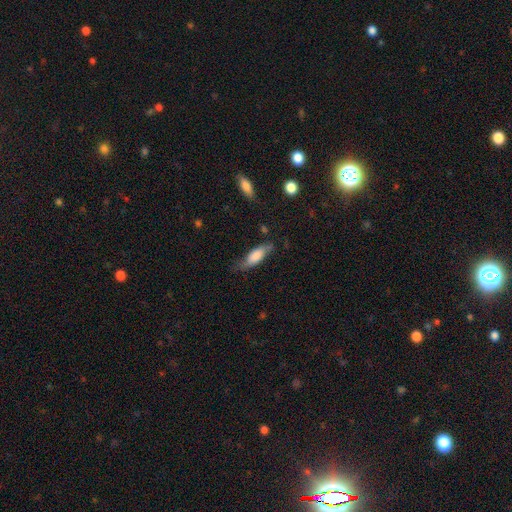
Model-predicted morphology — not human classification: This appears to be a smooth galaxy with no disk features (67%) that is in between round and cigar-shaped (60%). Merging: none (61%).